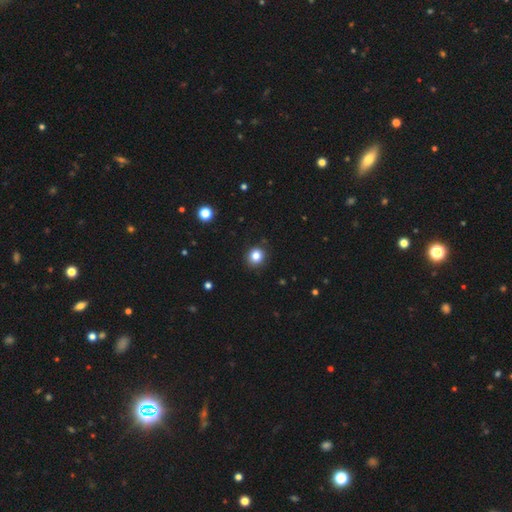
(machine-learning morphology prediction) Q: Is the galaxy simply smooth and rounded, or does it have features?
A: smooth — 83%.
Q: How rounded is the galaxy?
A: round — 86%.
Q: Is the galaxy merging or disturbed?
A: none — 91%.